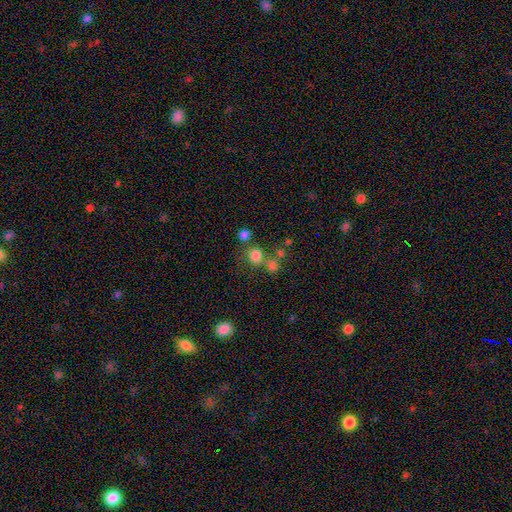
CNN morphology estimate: This is likely a smooth galaxy (76%). How rounded: clearly round (82%). Merging: possibly none (59%).